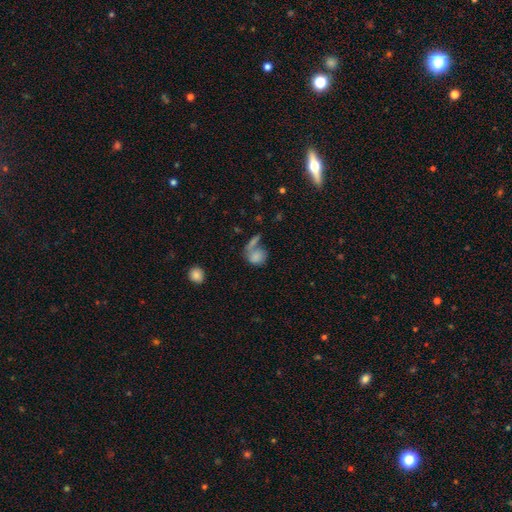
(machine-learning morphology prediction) A smooth galaxy with no disk features (75%) that is round (62%). Merging: merger (39%).